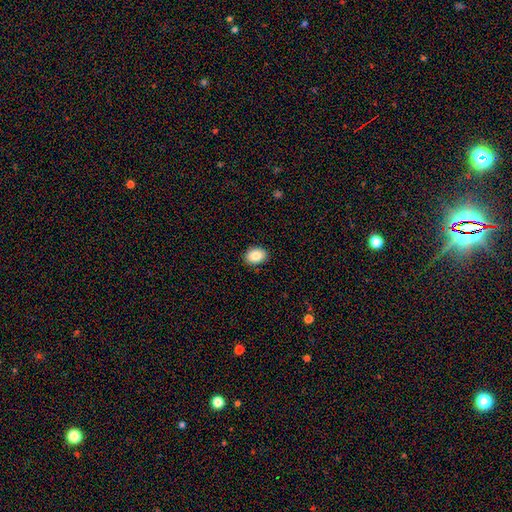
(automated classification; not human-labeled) Overall: smooth (88%). How rounded: in between (69%; round 30%). Merging: none (89%).